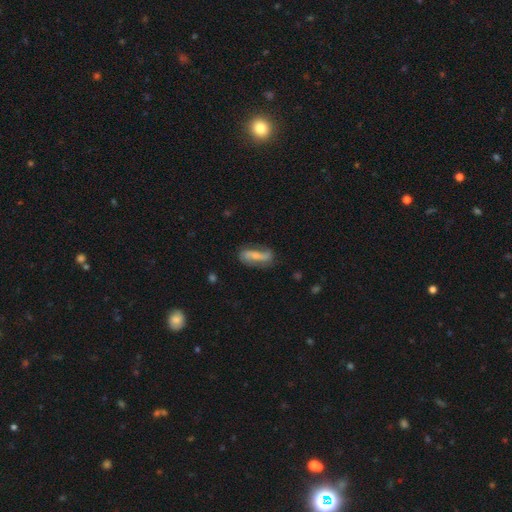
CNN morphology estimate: smooth_or_featured: featured or disk (p=0.61) [alt: smooth p=0.33]
disk_edge_on: no (p=0.86) [alt: yes p=0.14]
bar: strong (p=0.37) [alt: no p=0.34]
has_spiral_arms: yes (p=0.87) [alt: no p=0.13]
bulge_size: small (p=0.53) [alt: moderate p=0.34]
merging: none (p=0.70) [alt: minor disturbance p=0.21]